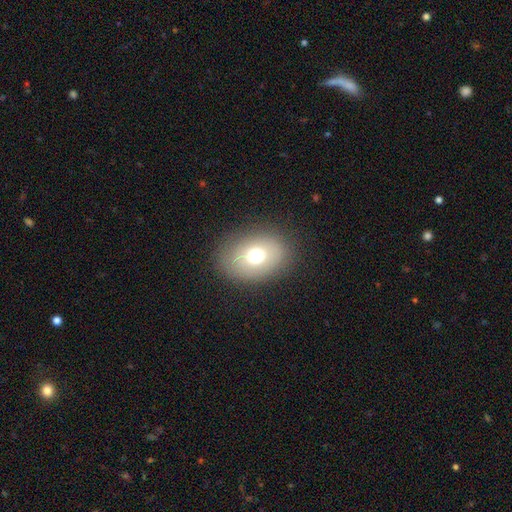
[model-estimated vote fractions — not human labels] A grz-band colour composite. It shows a smooth galaxy with no disk features (67%) that is in between round and cigar-shaped (66%). Merging: none (83%).